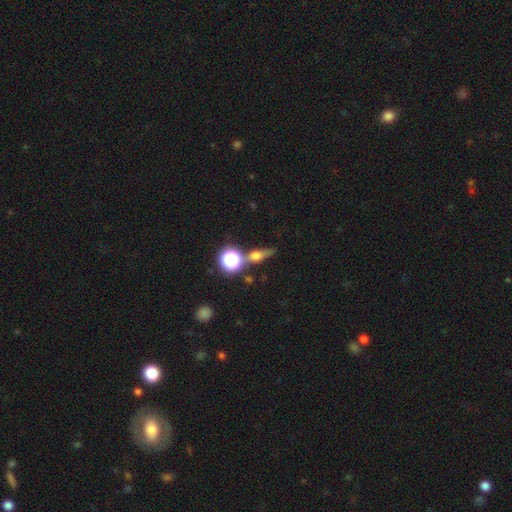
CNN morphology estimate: The model was most divided on "smooth or featured": smooth: 46%, featured or disk: 31%, star or artifact: 23%. More confident: merging — none (64%).